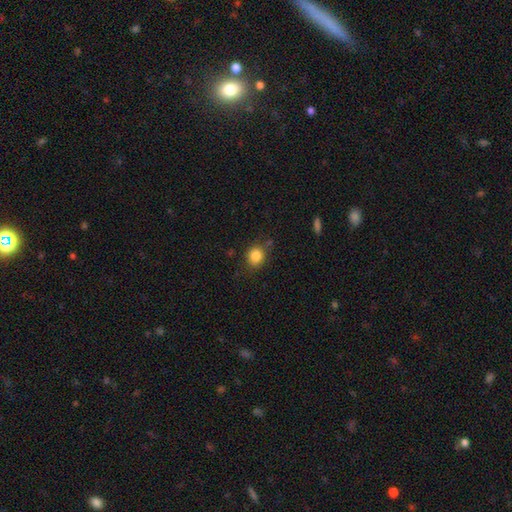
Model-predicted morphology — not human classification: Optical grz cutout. It shows a smooth galaxy with no disk features (84%) that is round (74%). Merging: none (77%).